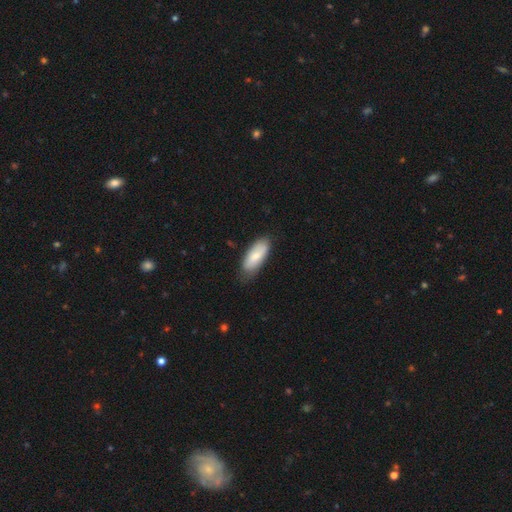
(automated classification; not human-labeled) Smooth or featured? smooth (76%)
How rounded? in between (81%)
Merging? none (76%)